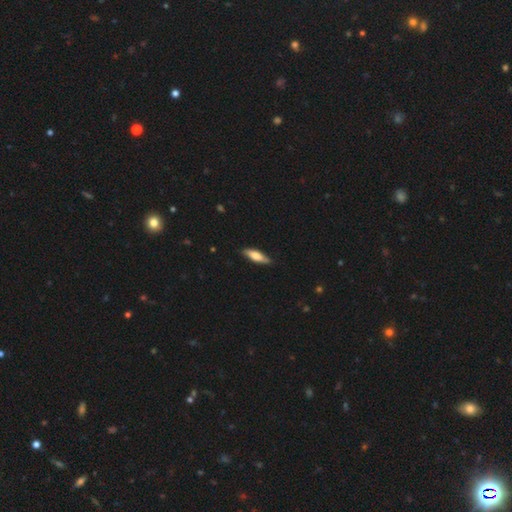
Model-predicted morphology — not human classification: smooth-or-featured: smooth: 64% | featured or disk: 30% | star or artifact: 5%
  how-rounded: cigar-shaped: 53% | in between: 45% | round: 2%
  merging: none: 82% | minor disturbance: 14% | major disturbance: 2% | merger: 1%